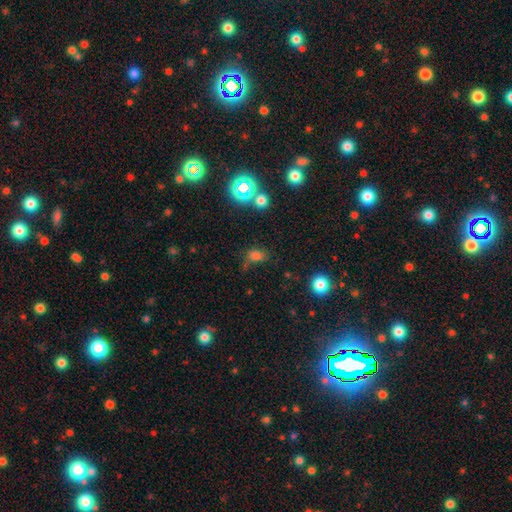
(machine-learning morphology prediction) smooth_or_featured: smooth (p=0.67) [alt: star or artifact p=0.25]
how_rounded: in between (p=0.68) [alt: round p=0.29]
merging: none (p=0.52) [alt: minor disturbance p=0.23]